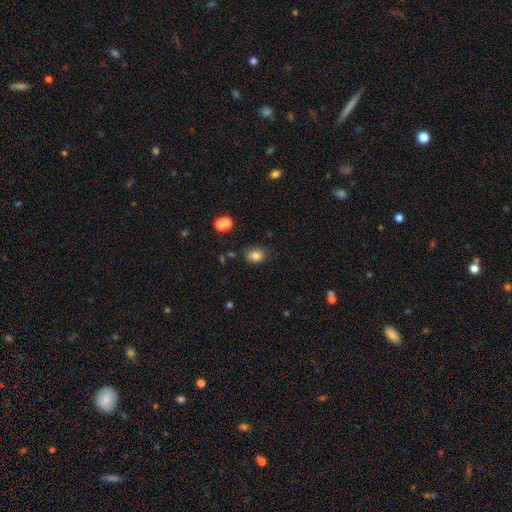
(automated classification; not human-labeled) smooth-or-featured: smooth: 81% | star or artifact: 12% | featured or disk: 7%
  how-rounded: in between: 54% | round: 45% | cigar-shaped: 1%
  merging: none: 76% | minor disturbance: 16% | merger: 4% | major disturbance: 4%